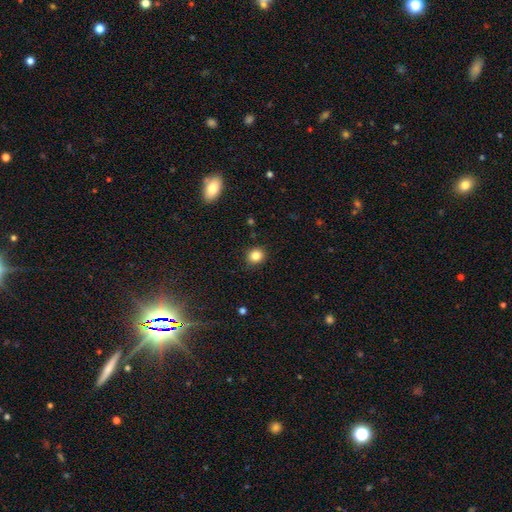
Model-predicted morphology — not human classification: type=smooth (84%); roundness=round (77%); merging=none (89%).